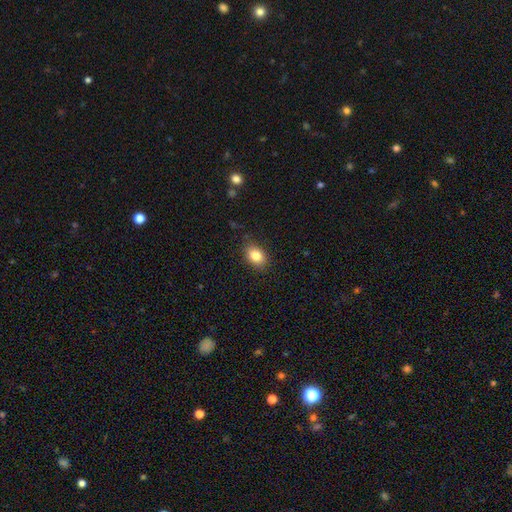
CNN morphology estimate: This appears to be a smooth galaxy with no disk features (83%) that is in between round and cigar-shaped (72%). Merging: none (86%).